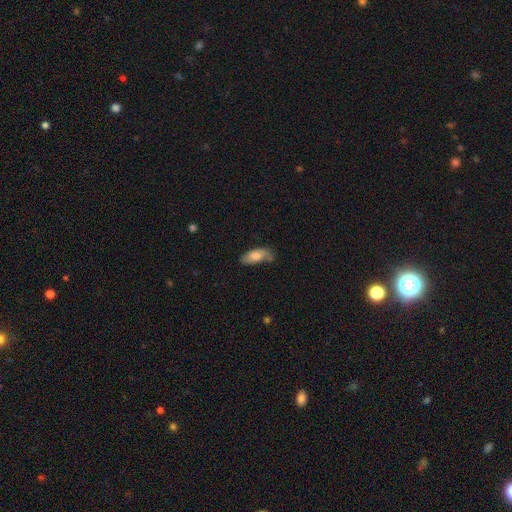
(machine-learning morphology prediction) smooth 75%, featured or disk 18%, star or artifact 7%. Down the decision tree: how rounded — in between (83%); merging — none (53%).